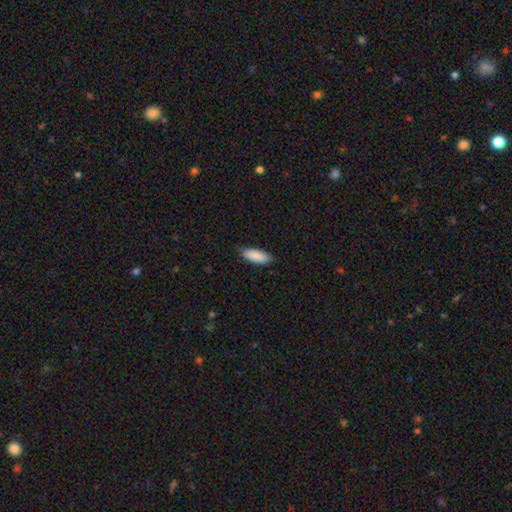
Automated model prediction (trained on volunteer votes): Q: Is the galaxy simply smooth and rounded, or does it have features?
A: smooth — 88%.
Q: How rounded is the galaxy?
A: in between — 74%.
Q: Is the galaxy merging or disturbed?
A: none — 81%.